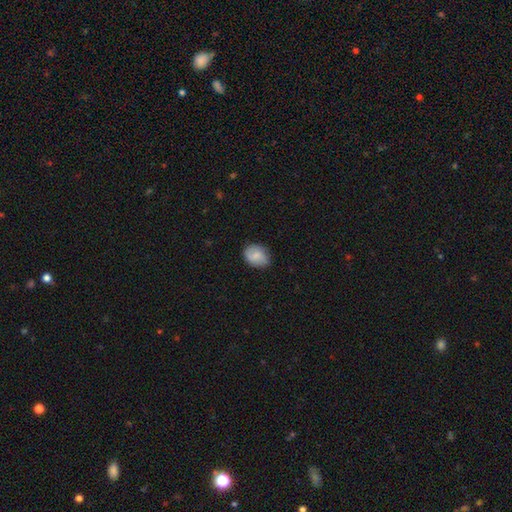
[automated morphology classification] A smooth galaxy with no disk features (66%) that is in between round and cigar-shaped (54%).

Vote fractions:
- Smooth or featured? smooth: 66% / featured or disk: 26% / star or artifact: 7%
- How rounded? in between: 54% / round: 44% / cigar-shaped: 1%
- Merging? none: 75% / minor disturbance: 20% / major disturbance: 4% / merger: 1%